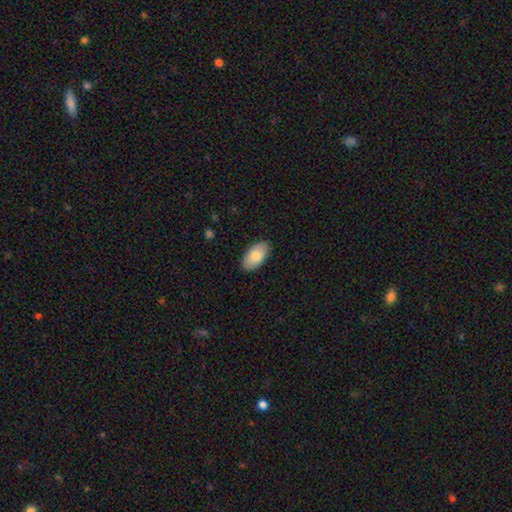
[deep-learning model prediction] smooth-or-featured: smooth: 81% | featured or disk: 13% | star or artifact: 6%
  how-rounded: in between: 95% | round: 3% | cigar-shaped: 2%
  merging: none: 88% | minor disturbance: 9% | major disturbance: 2% | merger: 1%